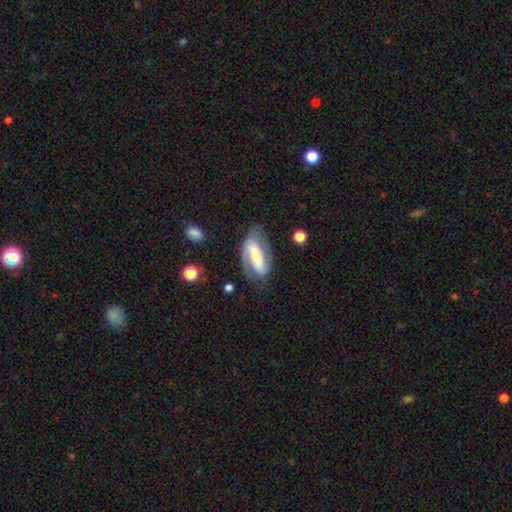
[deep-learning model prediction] Smooth or featured?
  - featured or disk: 68% *
  - smooth: 25%
  - star or artifact: 7%
Edge-on disk?
  - no: 93% *
  - yes: 7%
Bar?
  - strong: 55% *
  - weak: 26%
  - no: 20%
Spiral arms?
  - yes: 86% *
  - no: 14%
Spiral winding?
  - medium: 42% *
  - tight: 38%
  - loose: 21%
Spiral arm count?
  - 2: 71% *
  - 1: 16%
  - can't tell: 10%
  - 3: 1%
  - 4: 1%
  - more than 4: 1%
Bulge size?
  - small: 35% *
  - moderate: 24%
  - none: 20%
  - large: 17%
  - dominant: 4%
Merging?
  - none: 62% *
  - minor disturbance: 22%
  - major disturbance: 13%
  - merger: 3%